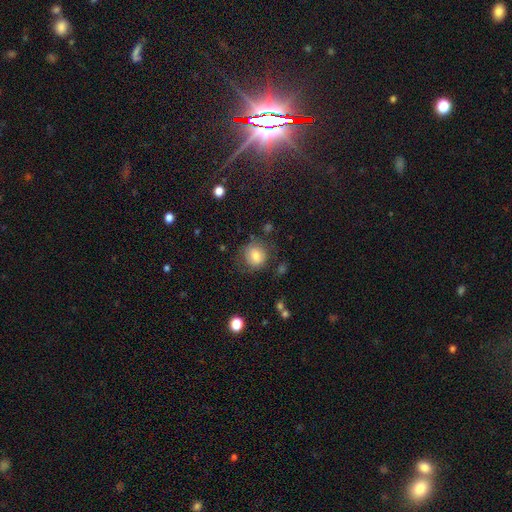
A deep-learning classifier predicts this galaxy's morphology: This appears to be a smooth galaxy with no disk features (75%) that is round (81%). Merging: none (73%).